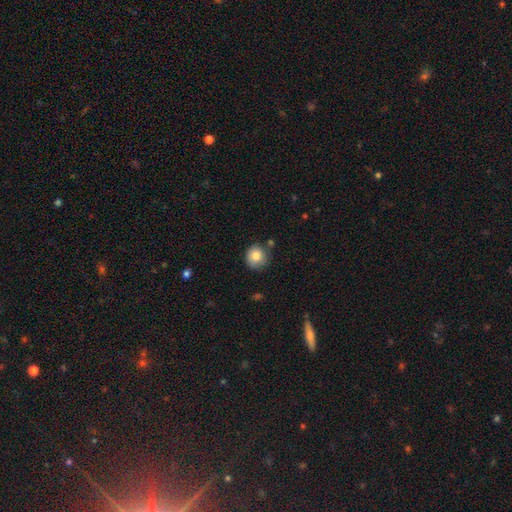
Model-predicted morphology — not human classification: Smooth or featured? Predicted: smooth (p=0.83). How rounded? Predicted: round (p=0.91). Merging? Predicted: none (p=0.78).